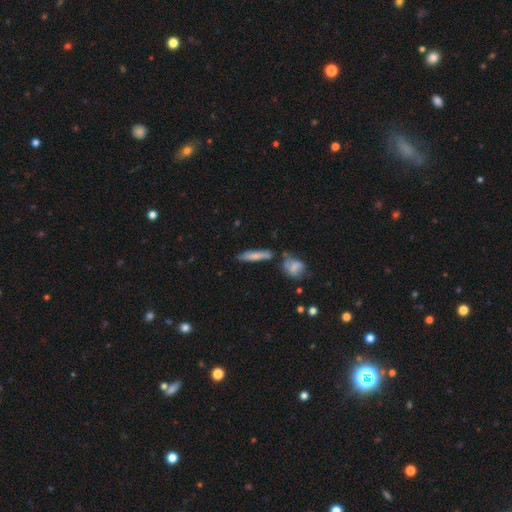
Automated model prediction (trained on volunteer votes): smooth_or_featured: smooth (p=0.70) [alt: featured or disk p=0.23]
how_rounded: cigar-shaped (p=0.79) [alt: in between p=0.19]
merging: none (p=0.67) [alt: minor disturbance p=0.16]